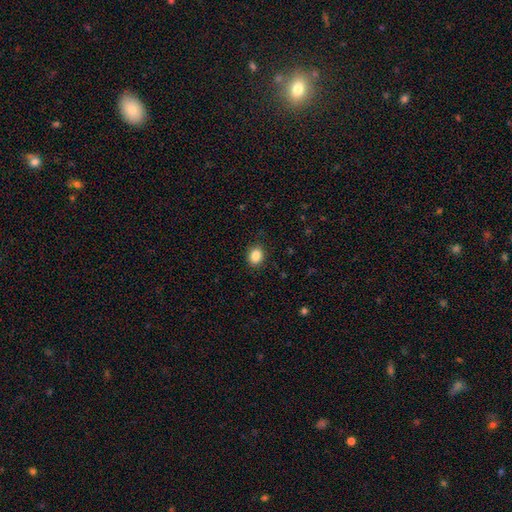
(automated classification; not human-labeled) The model was most divided on "how rounded": round: 54%, in between: 46%, cigar-shaped: 1%. More confident: merging — none (89%); smooth or featured — smooth (86%).